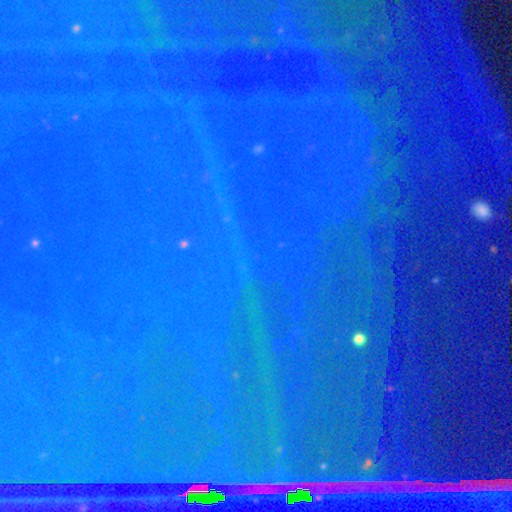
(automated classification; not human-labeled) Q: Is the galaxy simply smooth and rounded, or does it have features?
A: star or artifact — 81%.